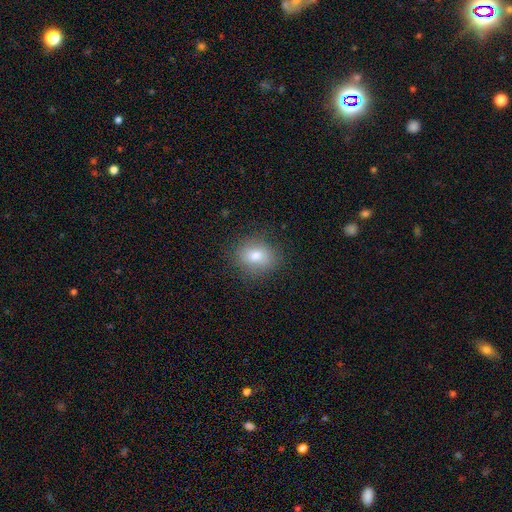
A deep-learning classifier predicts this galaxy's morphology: smooth-or-featured: smooth: 79% | featured or disk: 10% | star or artifact: 10%
  how-rounded: round: 50% | in between: 49% | cigar-shaped: 1%
  merging: none: 84% | minor disturbance: 11% | major disturbance: 3% | merger: 1%